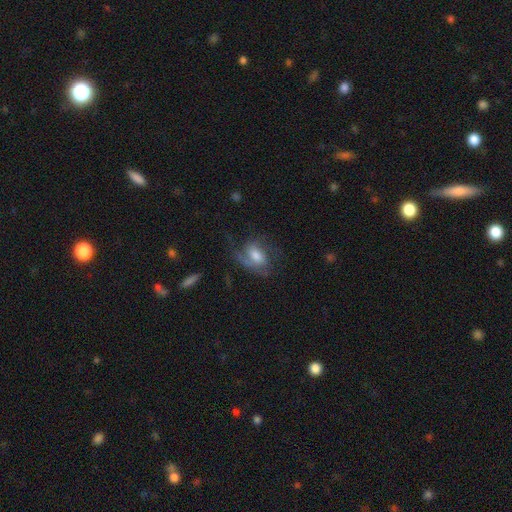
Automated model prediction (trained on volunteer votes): Smooth or featured?
  - featured or disk: 66% *
  - smooth: 27%
  - star or artifact: 8%
Edge-on disk?
  - no: 96% *
  - yes: 4%
Bar?
  - weak: 44% *
  - no: 43%
  - strong: 13%
Spiral arms?
  - yes: 88% *
  - no: 12%
Spiral winding?
  - medium: 45% *
  - loose: 34%
  - tight: 21%
Spiral arm count?
  - 2: 44% *
  - 1: 26%
  - can't tell: 16%
  - 3: 10%
  - 4: 3%
  - more than 4: 2%
Bulge size?
  - moderate: 49% *
  - large: 26%
  - small: 16%
  - none: 6%
  - dominant: 3%
Merging?
  - none: 48% *
  - major disturbance: 29%
  - minor disturbance: 20%
  - merger: 2%